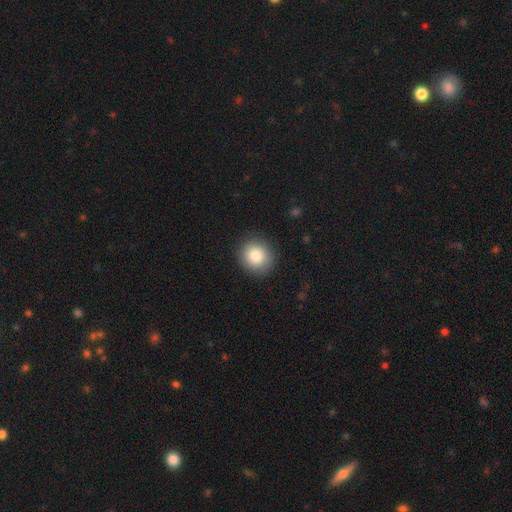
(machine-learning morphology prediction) This is clearly a smooth galaxy (84%). How rounded: clearly round (87%). Merging: clearly none (89%).